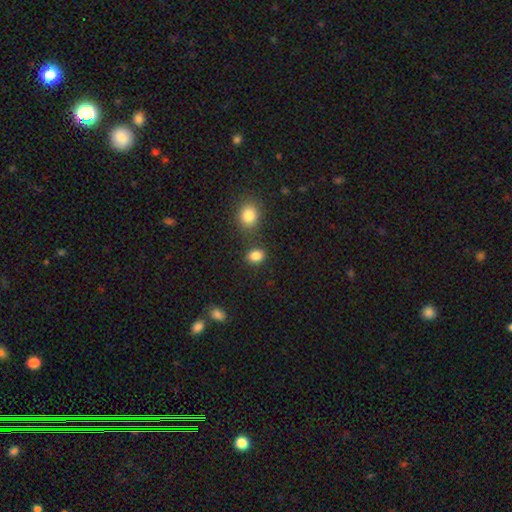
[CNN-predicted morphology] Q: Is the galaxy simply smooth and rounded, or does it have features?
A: smooth — 85%.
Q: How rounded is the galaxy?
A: in between — 55%.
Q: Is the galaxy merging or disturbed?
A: none — 76%.